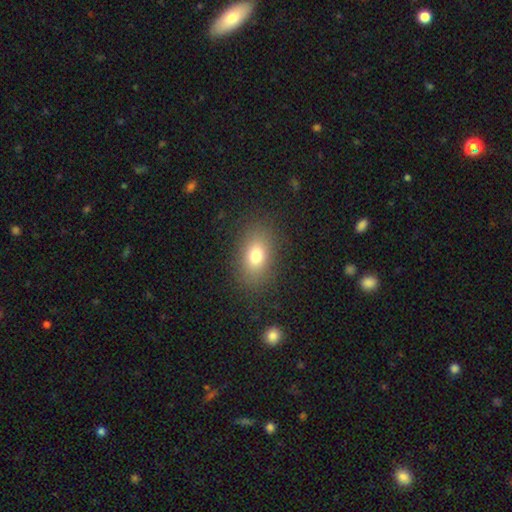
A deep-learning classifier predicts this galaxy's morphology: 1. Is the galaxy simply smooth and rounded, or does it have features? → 75% smooth, 12% featured or disk, 12% star or artifact.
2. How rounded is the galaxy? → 79% in between, 18% round, 2% cigar-shaped.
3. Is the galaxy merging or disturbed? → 85% none, 9% minor disturbance, 4% major disturbance, 1% merger.